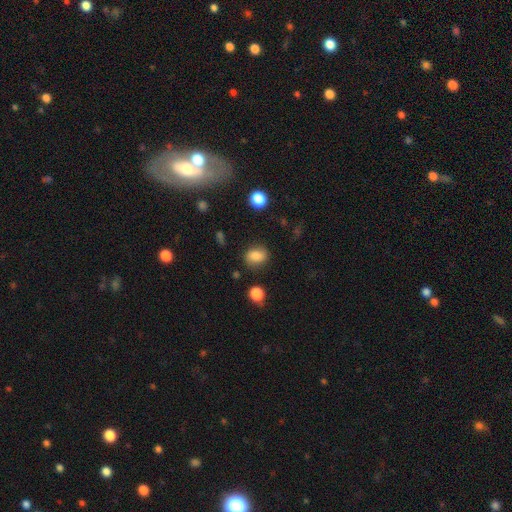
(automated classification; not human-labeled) Smooth or featured: smooth — 82% (star or artifact — 10%)
How rounded: in between — 64% (round — 35%)
Merging: none — 79% (minor disturbance — 14%)